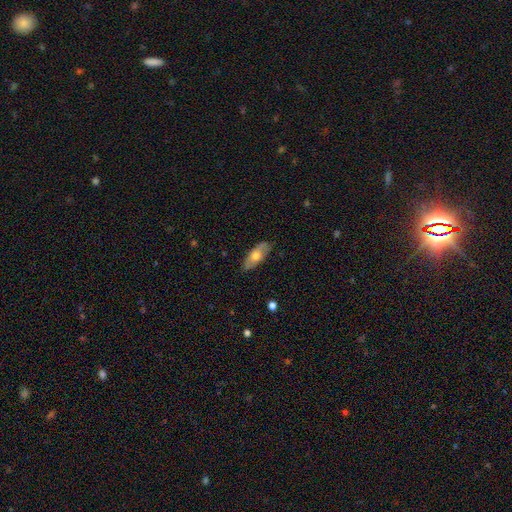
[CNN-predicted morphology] Smooth or featured: smooth — 60% (featured or disk — 34%)
How rounded: in between — 78% (cigar-shaped — 19%)
Merging: none — 84% (minor disturbance — 13%)